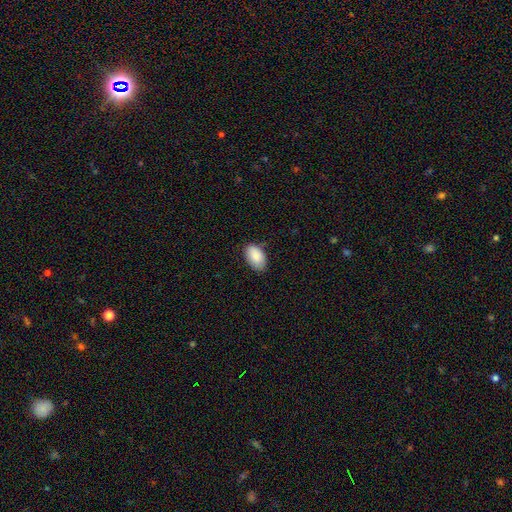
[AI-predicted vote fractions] smooth_or_featured: smooth (p=0.88) [alt: star or artifact p=0.06]
how_rounded: in between (p=0.94) [alt: round p=0.05]
merging: none (p=0.77) [alt: minor disturbance p=0.19]